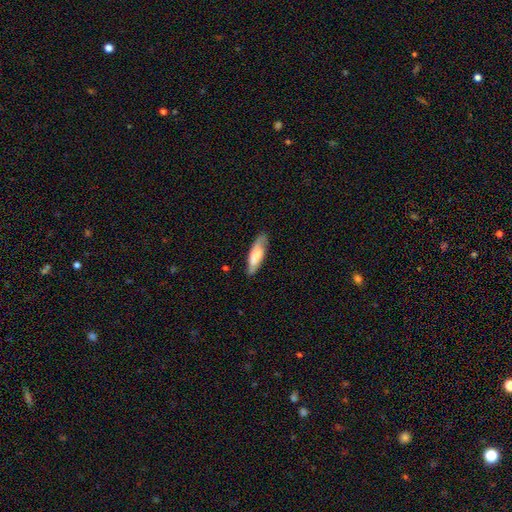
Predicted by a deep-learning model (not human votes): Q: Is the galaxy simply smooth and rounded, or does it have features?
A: smooth — 64%.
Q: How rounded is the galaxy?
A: cigar-shaped — 54%.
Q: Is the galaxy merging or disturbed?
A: none — 76%.